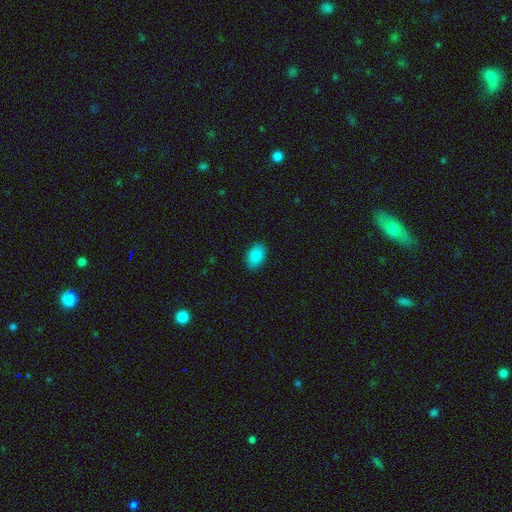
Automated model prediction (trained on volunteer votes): Q: Smooth or featured?
A: smooth (89%); runner-up: star or artifact (7%)
Q: How rounded?
A: in between (90%); runner-up: round (8%)
Q: Merging?
A: none (88%); runner-up: minor disturbance (9%)